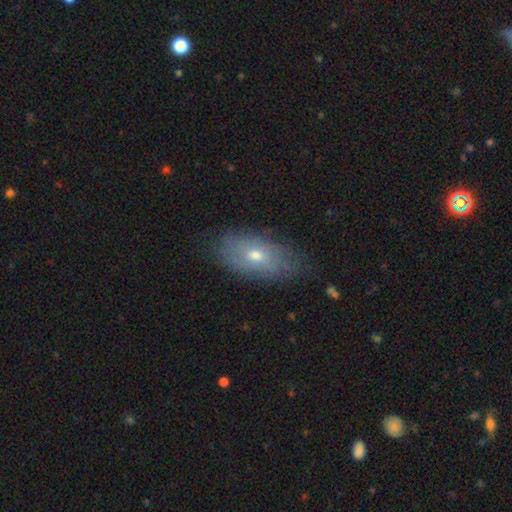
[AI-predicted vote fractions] Smooth or featured?
  - smooth: 55% *
  - featured or disk: 35%
  - star or artifact: 10%
How rounded?
  - in between: 90% *
  - round: 6%
  - cigar-shaped: 4%
Merging?
  - none: 72% *
  - minor disturbance: 21%
  - major disturbance: 5%
  - merger: 1%